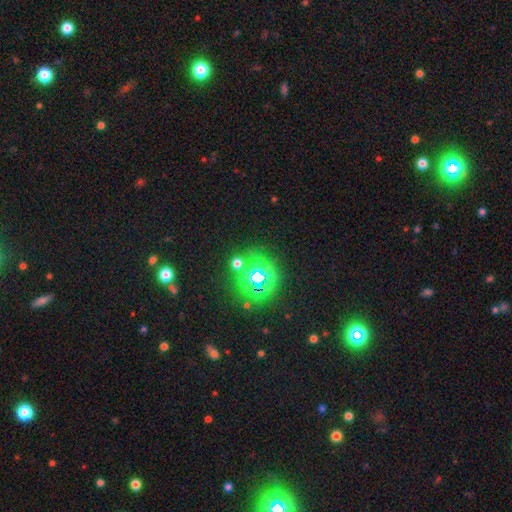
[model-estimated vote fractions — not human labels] Morphology: type=star or artifact (75%).